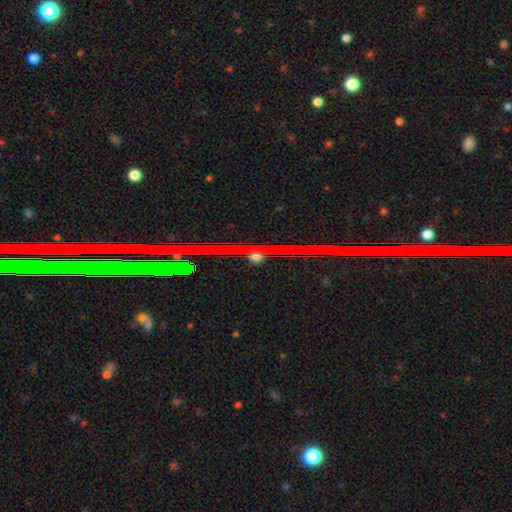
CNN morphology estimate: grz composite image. It shows a star or artifact, not a galaxy (78%).